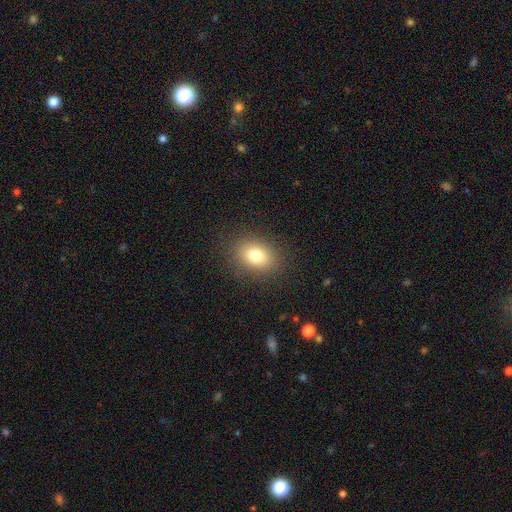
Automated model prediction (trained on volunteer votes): Q: Smooth or featured?
A: smooth (79%); runner-up: star or artifact (12%)
Q: How rounded?
A: in between (64%); runner-up: round (35%)
Q: Merging?
A: none (87%); runner-up: minor disturbance (8%)